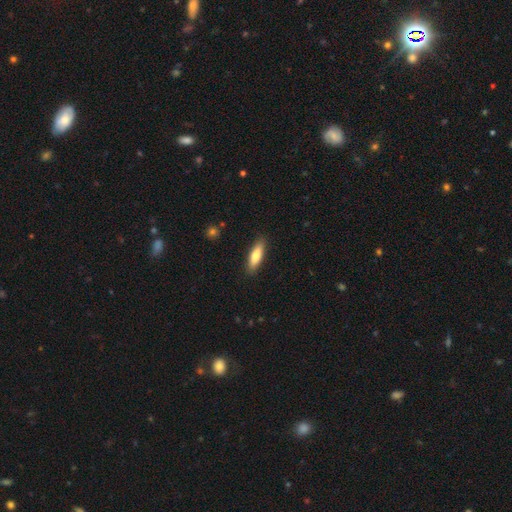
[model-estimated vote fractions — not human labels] Overall: smooth (75%). How rounded: cigar-shaped (55%; in between 43%). Merging: none (89%).